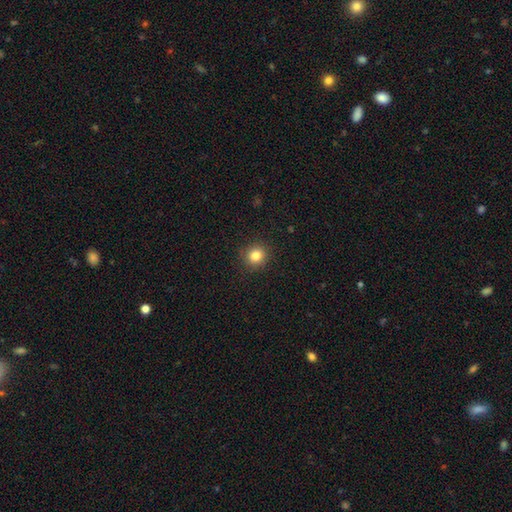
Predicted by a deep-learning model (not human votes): Smooth or featured? Predicted: smooth (p=0.83). How rounded? Predicted: round (p=0.90). Merging? Predicted: none (p=0.91).